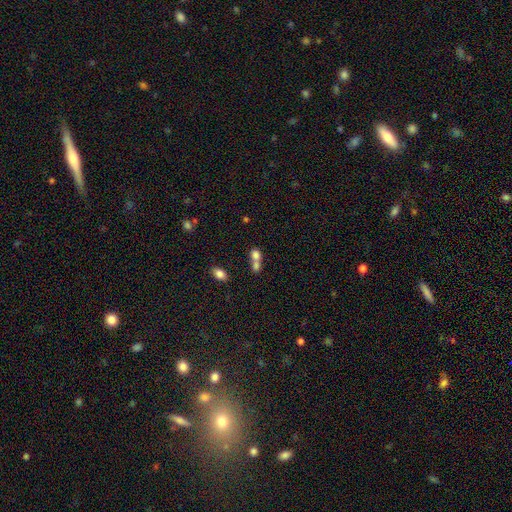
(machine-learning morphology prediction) smooth 75%, featured or disk 13%, star or artifact 12%. Down the decision tree: how rounded — round (52%); merging — merger (62%).